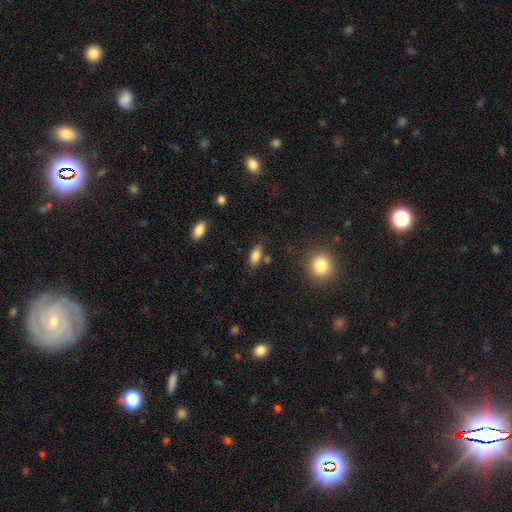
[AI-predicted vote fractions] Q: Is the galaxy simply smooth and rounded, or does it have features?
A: smooth — 83%.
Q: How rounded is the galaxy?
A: in between — 87%.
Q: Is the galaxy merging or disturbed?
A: none — 73%.